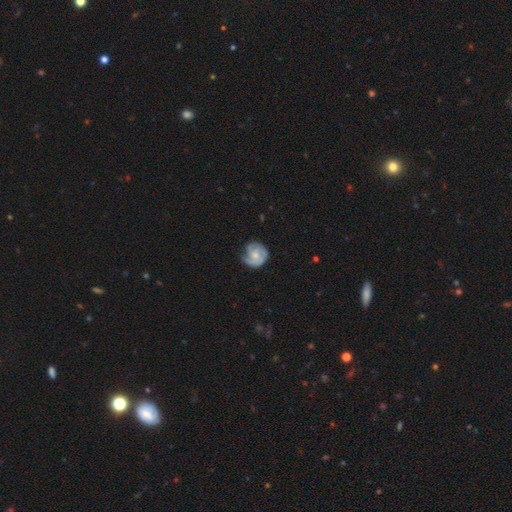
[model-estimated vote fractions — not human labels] Q: Smooth or featured?
A: featured or disk (71%); runner-up: smooth (24%)
Q: Edge-on disk?
A: no (98%); runner-up: yes (2%)
Q: Bar?
A: no (70%); runner-up: weak (26%)
Q: Spiral arms?
A: yes (90%); runner-up: no (10%)
Q: Spiral winding?
A: tight (59%); runner-up: medium (32%)
Q: Spiral arm count?
A: 2 (37%); runner-up: 3 (24%)
Q: Bulge size?
A: small (49%); runner-up: moderate (43%)
Q: Merging?
A: none (62%); runner-up: minor disturbance (26%)